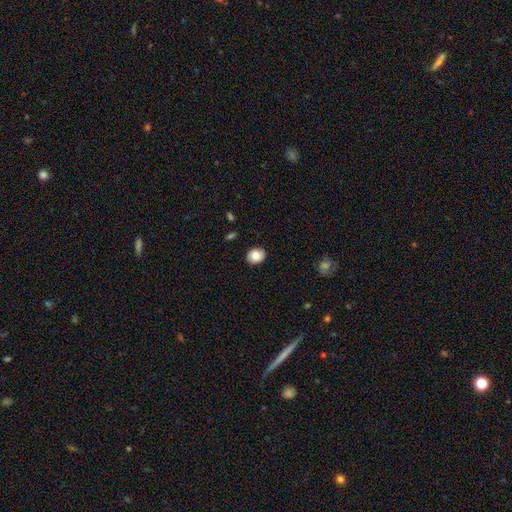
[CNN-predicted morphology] smooth-or-featured: smooth: 84% | star or artifact: 8% | featured or disk: 8%
  how-rounded: round: 54% | in between: 45% | cigar-shaped: 1%
  merging: none: 86% | minor disturbance: 10% | major disturbance: 2% | merger: 1%